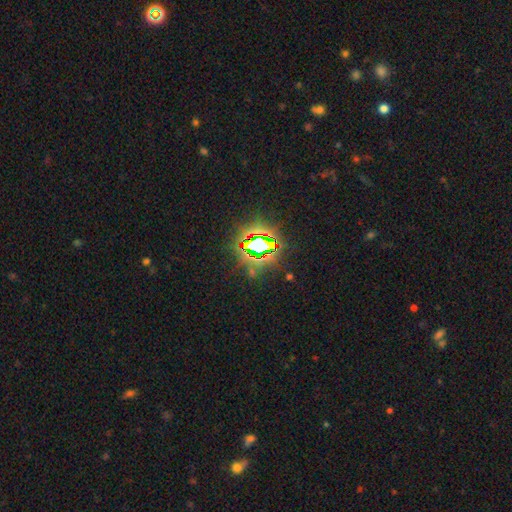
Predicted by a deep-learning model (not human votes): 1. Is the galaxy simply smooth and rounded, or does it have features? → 83% star or artifact, 9% smooth, 8% featured or disk.